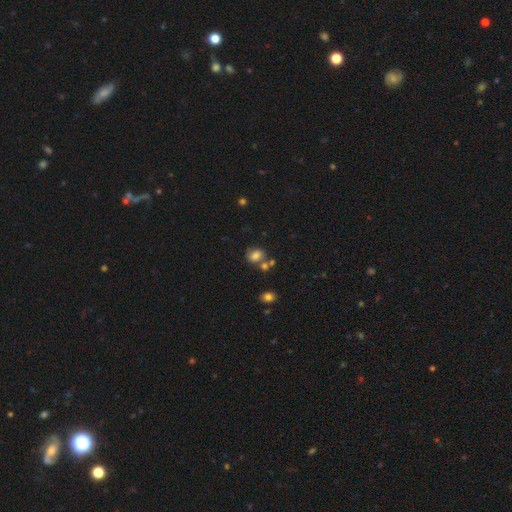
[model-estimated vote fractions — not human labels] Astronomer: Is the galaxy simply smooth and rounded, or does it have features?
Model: smooth — 76%.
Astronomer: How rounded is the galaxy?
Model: round — 50% (runner-up: in between, 48%).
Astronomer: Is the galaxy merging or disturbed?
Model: none — 57%.